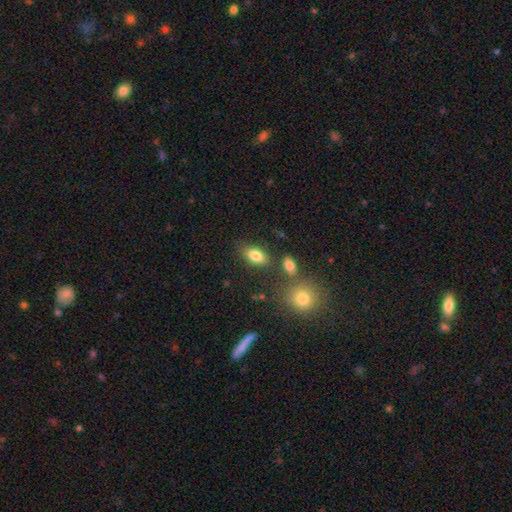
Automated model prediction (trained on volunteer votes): Morphology: type=smooth (83%); roundness=in between (87%); merging=none (75%).